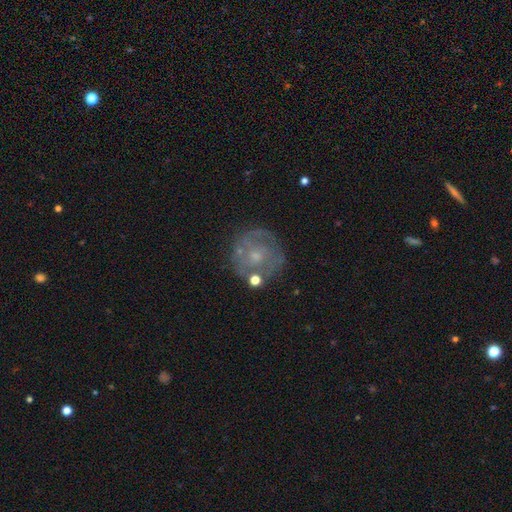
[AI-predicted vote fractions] Smooth or featured? featured or disk (65%)
Edge-on disk? no (98%)
Bar? no (77%)
Spiral arms? yes (67%)
Bulge size? small (64%)
Merging? none (72%)